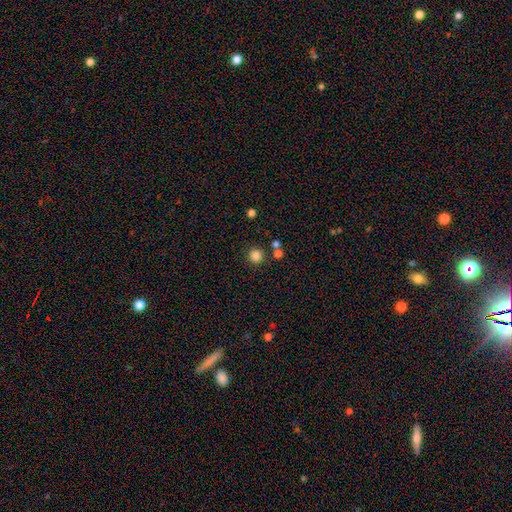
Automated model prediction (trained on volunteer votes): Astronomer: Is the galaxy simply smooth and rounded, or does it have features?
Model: smooth — 84%.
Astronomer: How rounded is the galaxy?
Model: round — 93%.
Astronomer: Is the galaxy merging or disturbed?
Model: none — 85%.